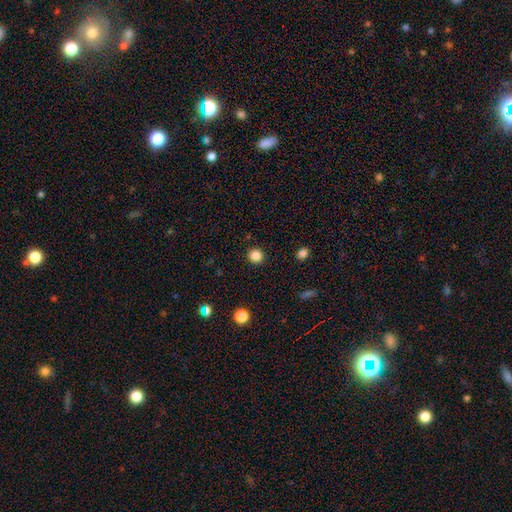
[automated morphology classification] Smooth or featured: smooth — 85% (star or artifact — 12%)
How rounded: round — 94% (in between — 5%)
Merging: none — 92% (minor disturbance — 5%)